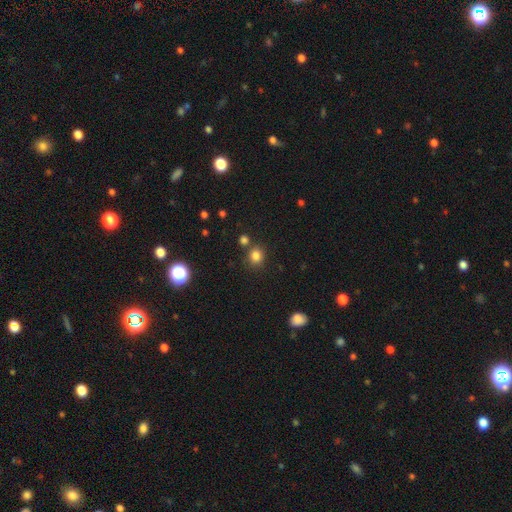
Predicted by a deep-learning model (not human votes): Smooth or featured: smooth — 81% (star or artifact — 14%)
How rounded: round — 77% (in between — 22%)
Merging: none — 75% (merger — 12%)